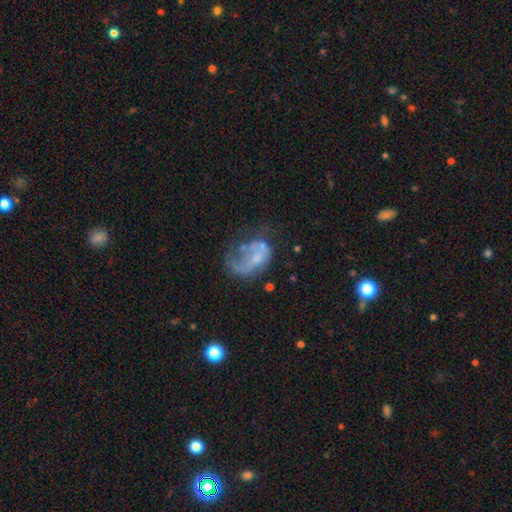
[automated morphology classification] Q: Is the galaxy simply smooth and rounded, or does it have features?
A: featured or disk — 60%.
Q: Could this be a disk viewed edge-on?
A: no — 98%.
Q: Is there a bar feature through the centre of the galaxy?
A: no — 69%.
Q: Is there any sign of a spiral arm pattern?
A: no — 52%.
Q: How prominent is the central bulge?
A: none — 42%.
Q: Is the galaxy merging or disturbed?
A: major disturbance — 46%.